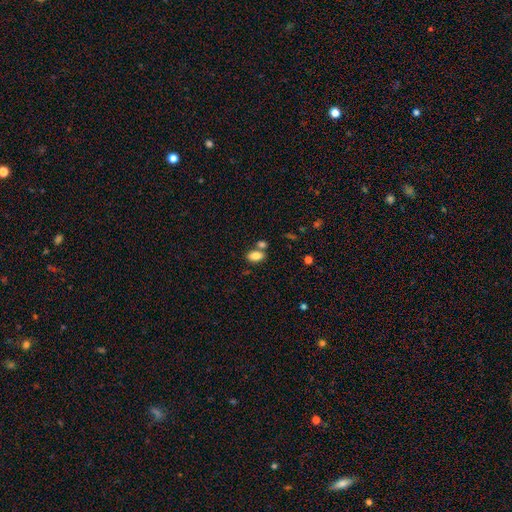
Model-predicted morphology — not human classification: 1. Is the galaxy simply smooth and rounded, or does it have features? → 85% smooth, 8% star or artifact, 7% featured or disk.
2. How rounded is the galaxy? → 90% in between, 8% round, 2% cigar-shaped.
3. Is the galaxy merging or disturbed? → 58% none, 28% merger, 11% minor disturbance, 3% major disturbance.